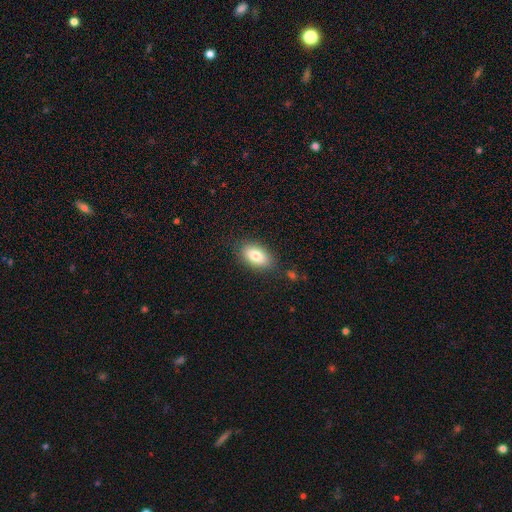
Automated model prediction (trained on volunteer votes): This is clearly a smooth galaxy (81%). How rounded: clearly in between (90%). Merging: clearly none (82%).